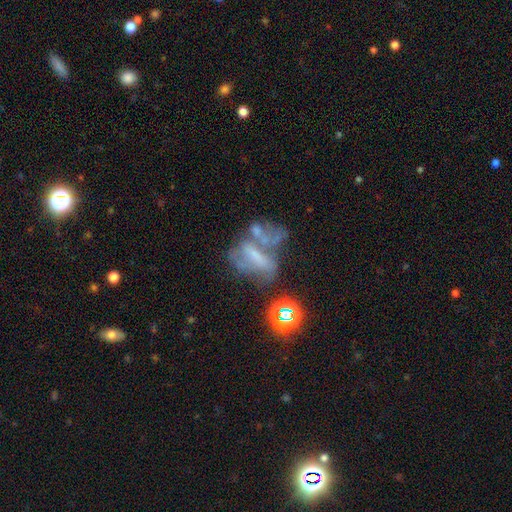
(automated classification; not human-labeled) Morphology: type=featured or disk (51%); edge-on=no (93%); merging=merger (35%).